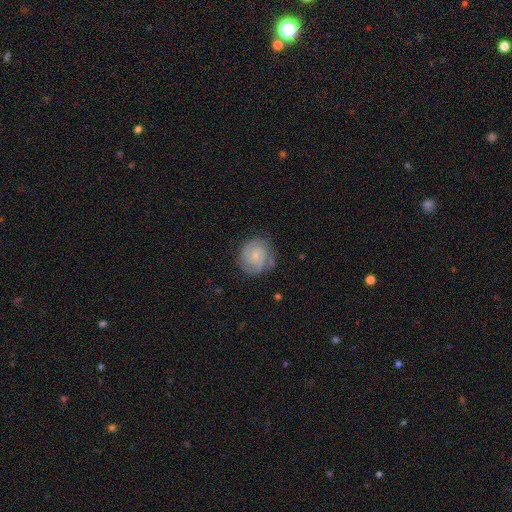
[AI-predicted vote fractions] smooth-or-featured: featured or disk: 79% | smooth: 15% | star or artifact: 6%
  disk-edge-on: no: 98% | yes: 2%
    bar: no: 62% | weak: 33% | strong: 5%
    has-spiral-arms: yes: 96% | no: 4%
      spiral-winding: tight: 66% | medium: 29% | loose: 6%
      spiral-arm-count: 2: 53% | 3: 21% | can't tell: 15% | 4: 4% | 1: 4% | more than 4: 3%
    bulge-size: small: 74% | moderate: 17% | none: 7% | large: 1% | dominant: 1%
  merging: none: 76% | minor disturbance: 17% | major disturbance: 6% | merger: 2%